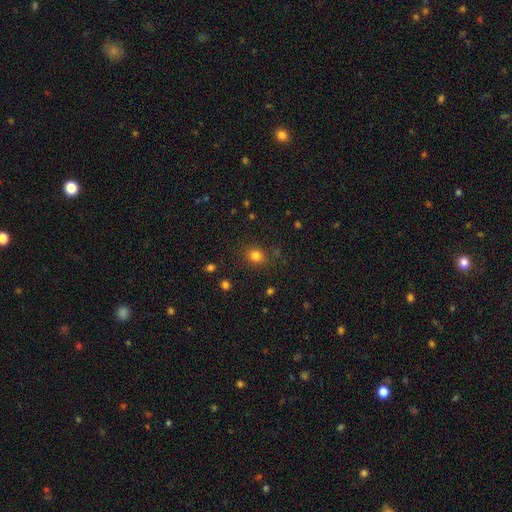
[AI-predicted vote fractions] This is clearly a smooth galaxy (80%). How rounded: likely round (65%). Merging: clearly none (82%).